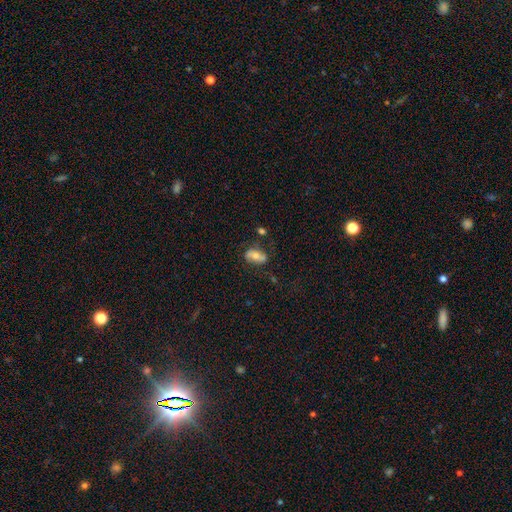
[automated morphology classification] smooth 52%, featured or disk 40%, star or artifact 8%. Down the decision tree: how rounded — in between (85%); merging — none (64%).